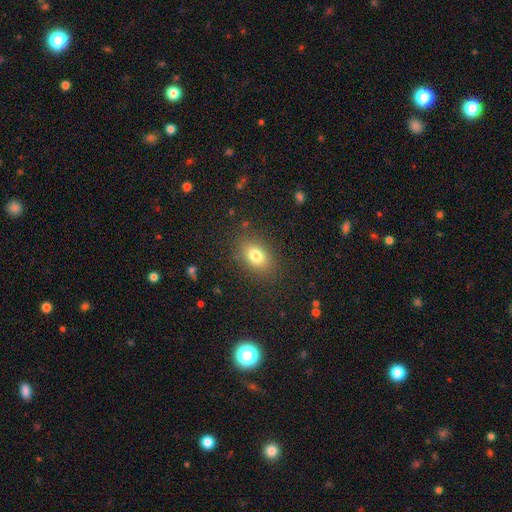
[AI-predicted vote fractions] Smooth or featured? smooth (79%)
How rounded? in between (81%)
Merging? none (85%)